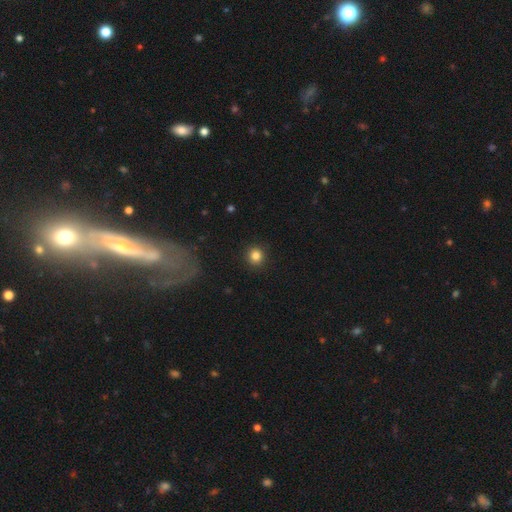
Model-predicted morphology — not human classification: Overall: smooth (84%). How rounded: round (92%). Merging: none (91%).